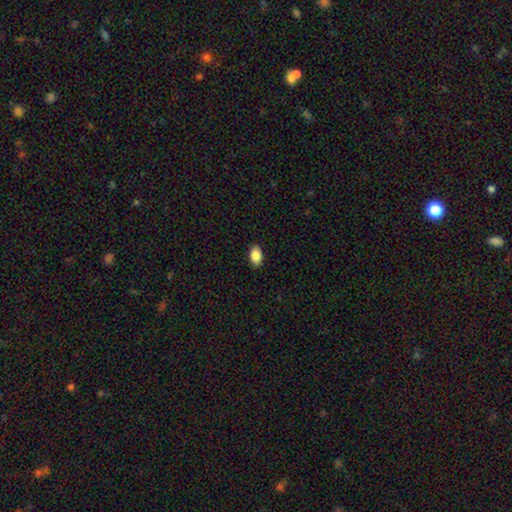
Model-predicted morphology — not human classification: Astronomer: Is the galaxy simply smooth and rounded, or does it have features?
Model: smooth — 87%.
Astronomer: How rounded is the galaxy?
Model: in between — 91%.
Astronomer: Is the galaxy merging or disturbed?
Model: none — 90%.